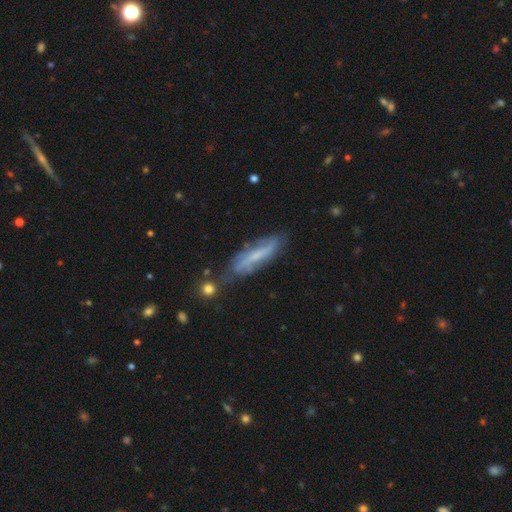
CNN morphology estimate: type=featured or disk (63%); edge-on=no (60%); merging=none (67%).